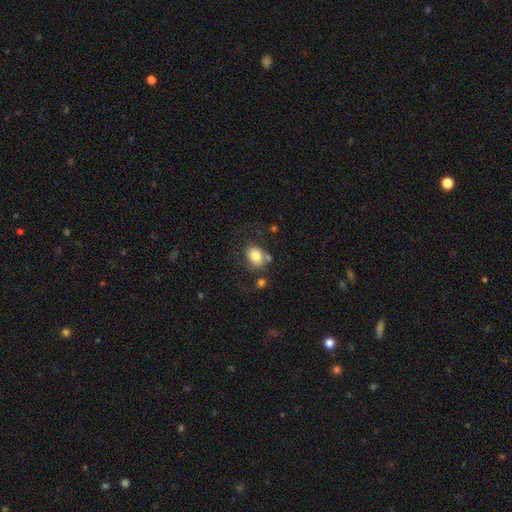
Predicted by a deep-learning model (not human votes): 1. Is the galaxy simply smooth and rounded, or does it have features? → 80% smooth, 11% featured or disk, 8% star or artifact.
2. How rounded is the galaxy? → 61% in between, 38% round, 1% cigar-shaped.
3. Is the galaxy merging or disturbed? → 56% none, 20% minor disturbance, 12% merger, 12% major disturbance.